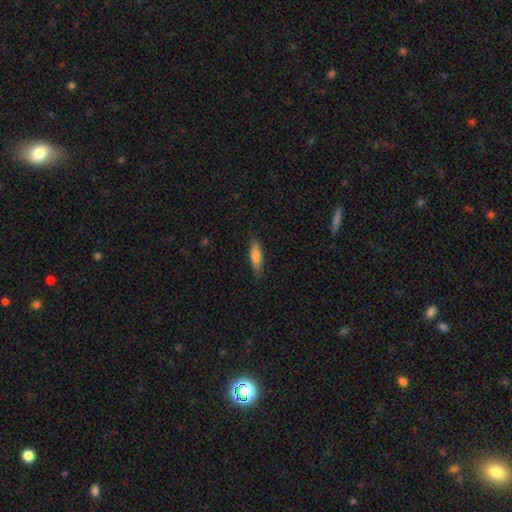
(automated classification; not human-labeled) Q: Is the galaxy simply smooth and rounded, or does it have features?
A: smooth — 76%.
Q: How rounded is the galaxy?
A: cigar-shaped — 65%.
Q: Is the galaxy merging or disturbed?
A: none — 82%.